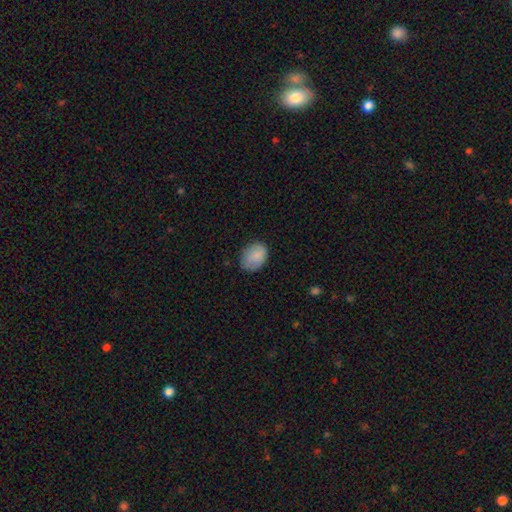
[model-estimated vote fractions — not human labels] Smooth or featured: smooth — 85% (featured or disk — 7%)
How rounded: in between — 69% (round — 30%)
Merging: none — 71% (minor disturbance — 23%)